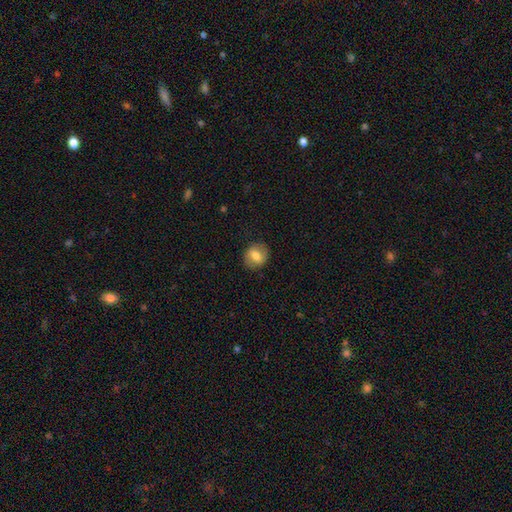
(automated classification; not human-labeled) smooth 63%, featured or disk 28%, star or artifact 8%. Down the decision tree: how rounded — round (64%); merging — none (84%).